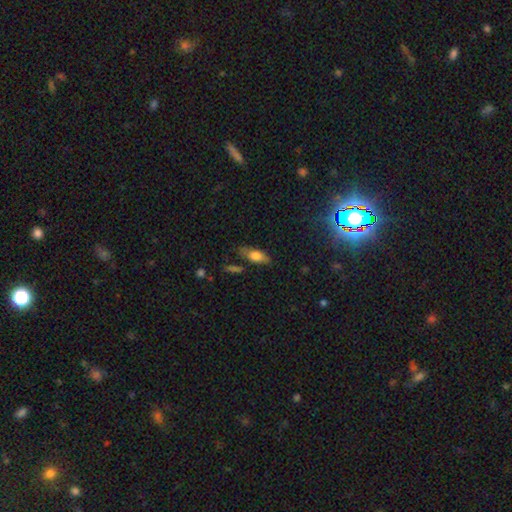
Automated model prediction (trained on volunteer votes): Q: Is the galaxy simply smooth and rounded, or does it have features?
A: smooth — 69%.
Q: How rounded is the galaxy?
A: in between — 73%.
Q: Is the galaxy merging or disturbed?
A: none — 69%.